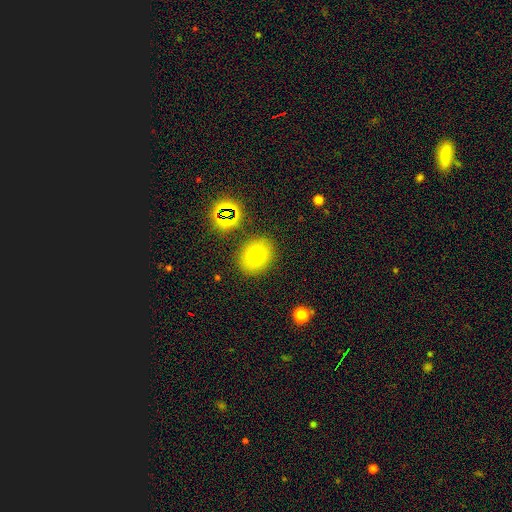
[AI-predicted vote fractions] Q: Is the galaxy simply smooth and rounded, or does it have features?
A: smooth — 71%.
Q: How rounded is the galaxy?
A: round — 52%.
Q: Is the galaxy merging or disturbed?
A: none — 84%.